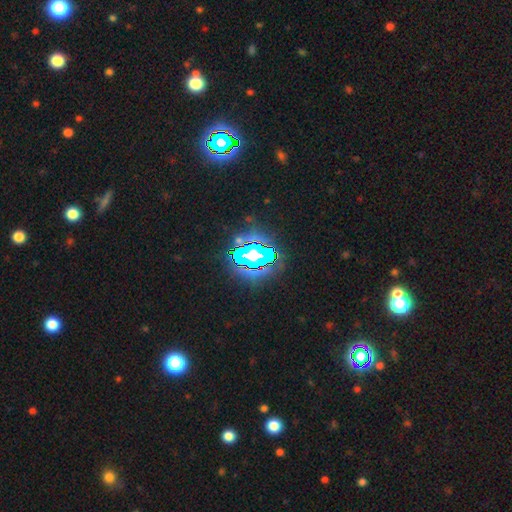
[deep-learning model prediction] This appears to be a star or artifact, not a galaxy (77%).